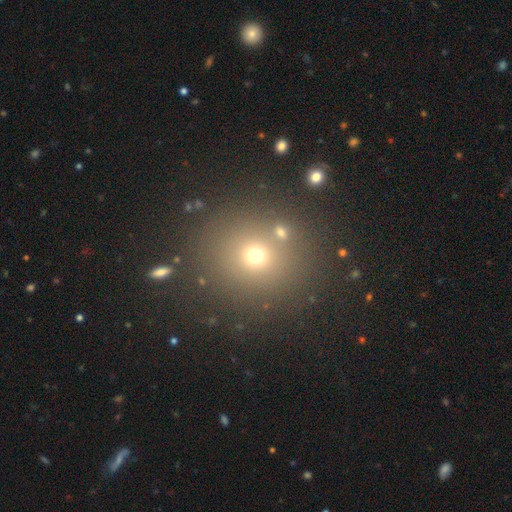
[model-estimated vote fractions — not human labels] The model was most divided on "smooth or featured": smooth: 65%, star or artifact: 25%, featured or disk: 10%. More confident: how rounded — round (84%); merging — none (80%).